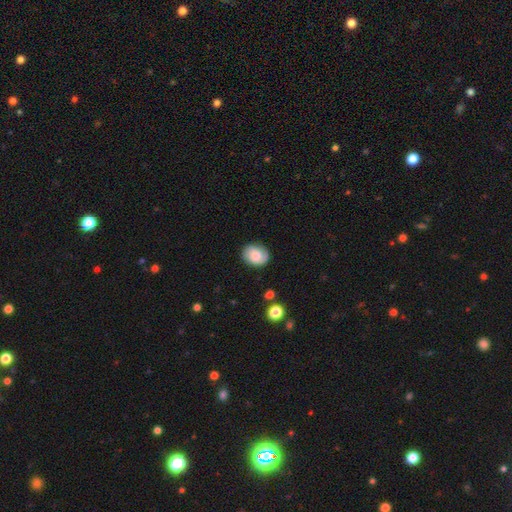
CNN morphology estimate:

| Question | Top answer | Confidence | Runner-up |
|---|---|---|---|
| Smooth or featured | smooth | 51% | featured or disk (41%) |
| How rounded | round | 52% | in between (47%) |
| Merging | none | 80% | minor disturbance (14%) |